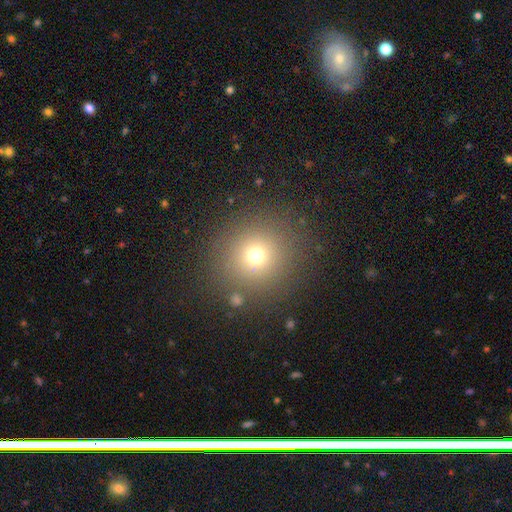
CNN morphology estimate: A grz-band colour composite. It shows a smooth galaxy with no disk features (70%) that is round (92%). Merging: none (86%).